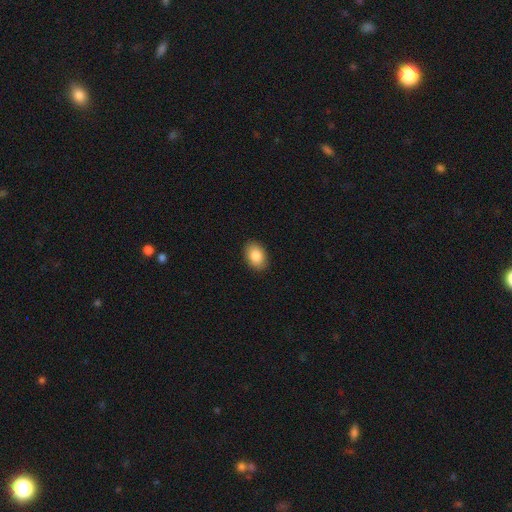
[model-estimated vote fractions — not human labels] Smooth or featured? smooth (87%)
How rounded? in between (84%)
Merging? none (89%)